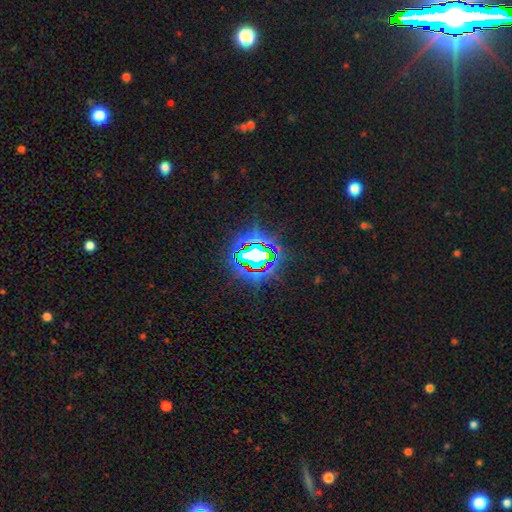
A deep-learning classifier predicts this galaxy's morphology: Overall: star or artifact (82%).